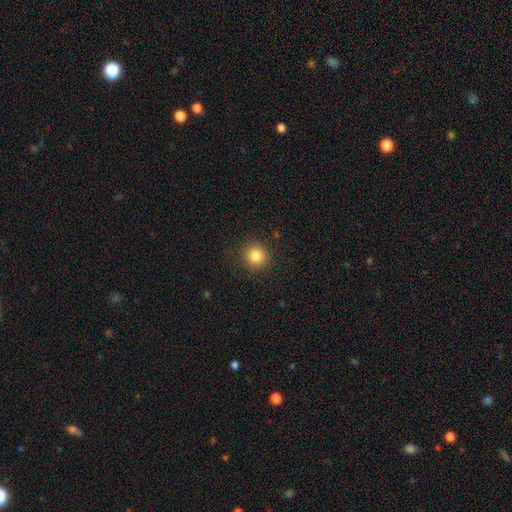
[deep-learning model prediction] Morphology: type=smooth (83%); roundness=round (92%); merging=none (90%).